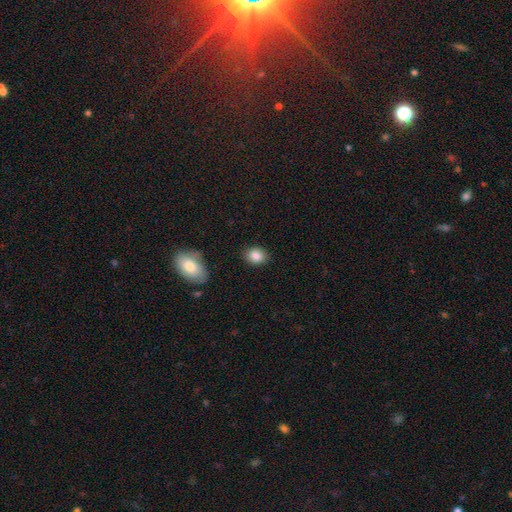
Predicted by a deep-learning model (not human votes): Overall: smooth (86%). How rounded: in between (50%; round 49%). Merging: none (87%).